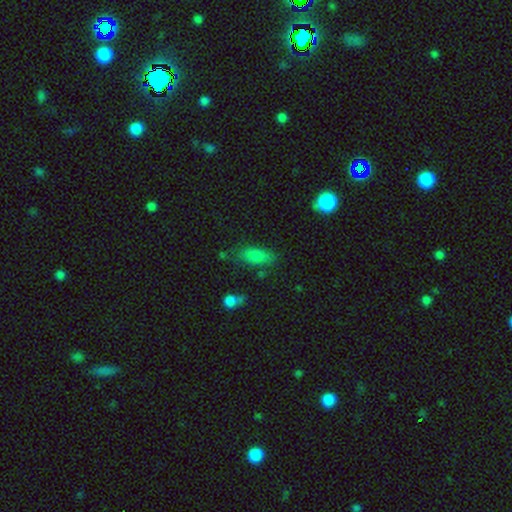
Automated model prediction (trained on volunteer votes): Smooth or featured? smooth (81%)
How rounded? in between (83%)
Merging? none (65%)